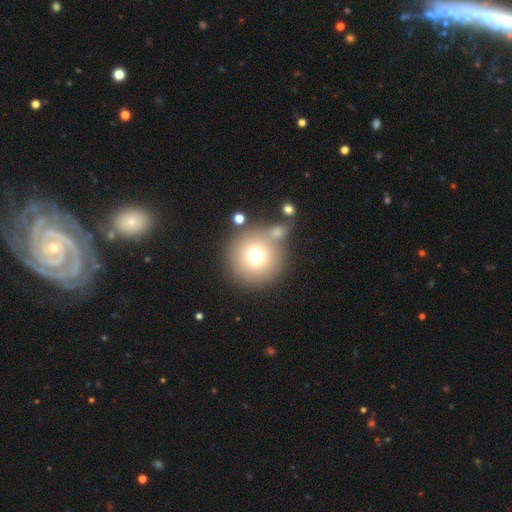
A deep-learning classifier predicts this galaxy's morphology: A smooth galaxy with no disk features (70%) that is round (95%).

Vote fractions:
- Smooth or featured? smooth: 70% / featured or disk: 15% / star or artifact: 14%
- How rounded? round: 95% / in between: 4% / cigar-shaped: 1%
- Merging? none: 70% / merger: 16% / minor disturbance: 9% / major disturbance: 5%